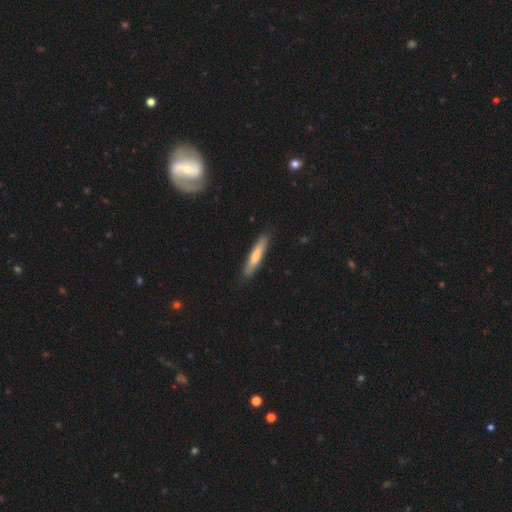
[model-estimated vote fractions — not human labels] Morphology: type=smooth (71%); roundness=cigar-shaped (89%); merging=none (87%).